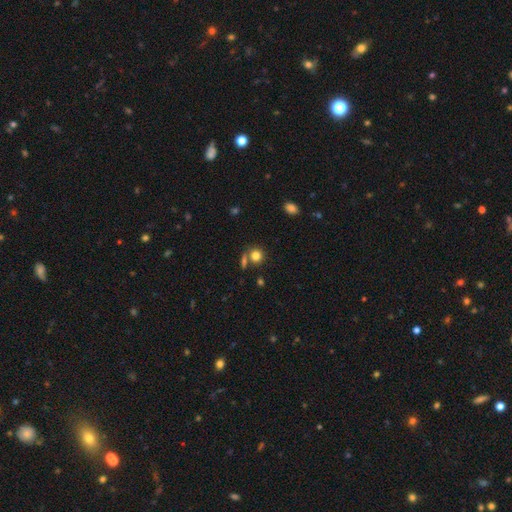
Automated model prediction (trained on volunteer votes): Smooth or featured: smooth — 80% (star or artifact — 12%)
How rounded: round — 84% (in between — 15%)
Merging: none — 66% (merger — 20%)